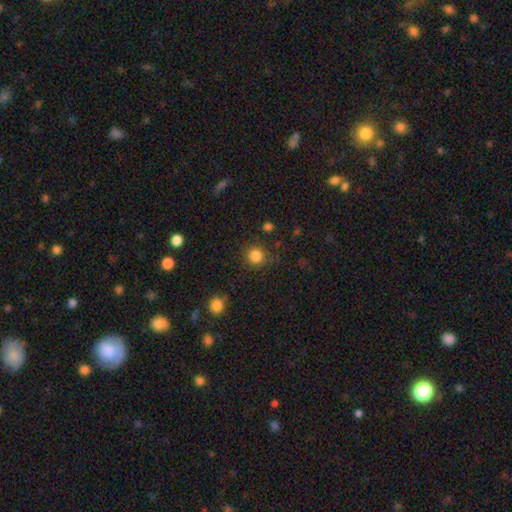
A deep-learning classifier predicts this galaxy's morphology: A smooth galaxy with no disk features (84%) that is round (93%). Merging: none (84%).